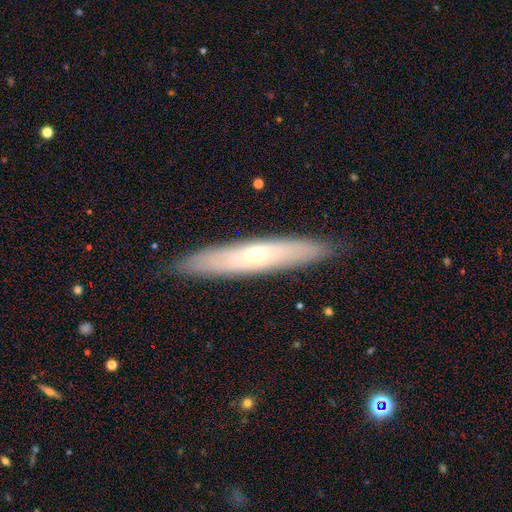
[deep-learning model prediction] Overall: featured or disk (48%; smooth 45%). Merging: none (89%).